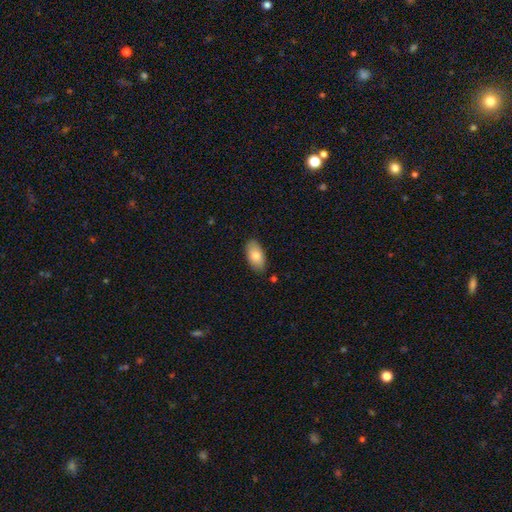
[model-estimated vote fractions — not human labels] Smooth or featured? Predicted: smooth (p=0.80). How rounded? Predicted: in between (p=0.94). Merging? Predicted: none (p=0.84).